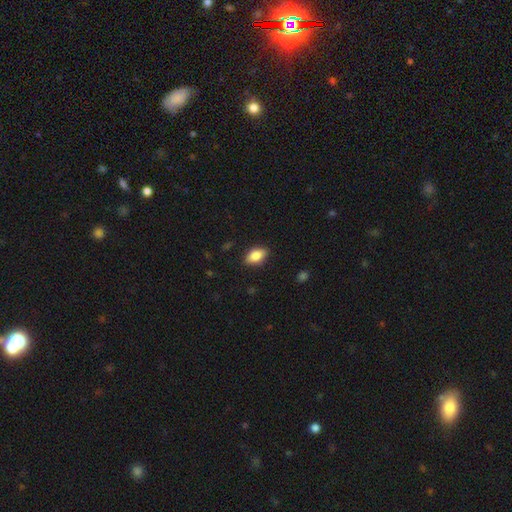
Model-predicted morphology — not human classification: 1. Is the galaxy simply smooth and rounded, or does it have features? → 83% smooth, 10% featured or disk, 7% star or artifact.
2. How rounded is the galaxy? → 89% in between, 6% round, 5% cigar-shaped.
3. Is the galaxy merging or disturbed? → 87% none, 10% minor disturbance, 2% major disturbance, 1% merger.